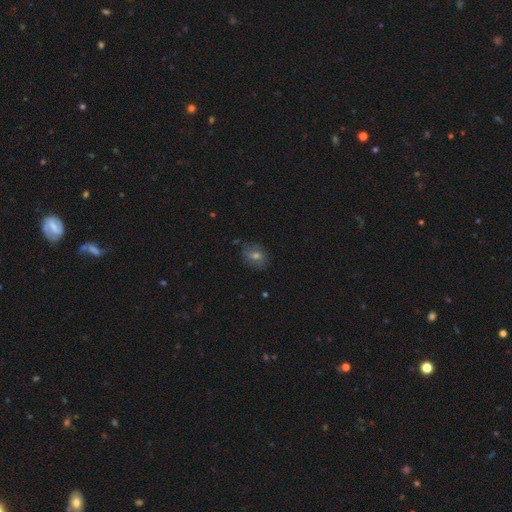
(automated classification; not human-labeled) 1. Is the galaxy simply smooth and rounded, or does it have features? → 51% smooth, 30% featured or disk, 19% star or artifact.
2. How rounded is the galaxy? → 51% in between, 47% round, 2% cigar-shaped.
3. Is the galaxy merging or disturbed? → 74% none, 19% minor disturbance, 5% major disturbance, 2% merger.